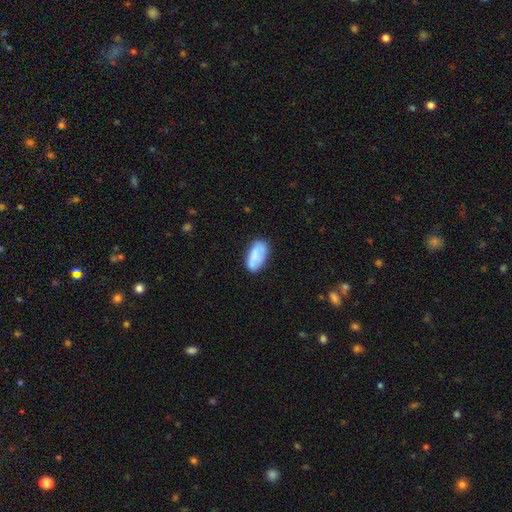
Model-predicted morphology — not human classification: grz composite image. It shows a smooth galaxy with no disk features (79%) that is in between round and cigar-shaped (93%). Merging: none (69%).